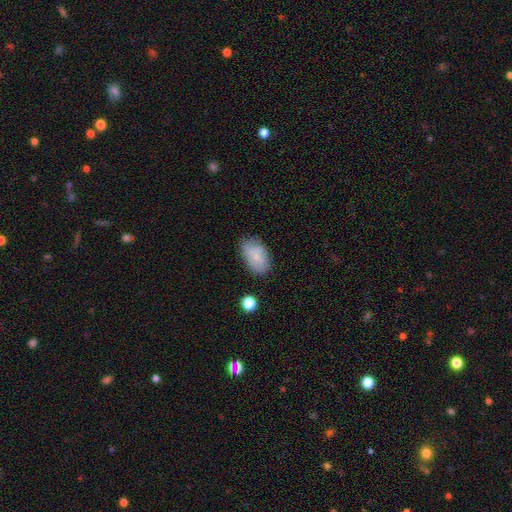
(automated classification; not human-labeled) A smooth galaxy with no disk features (80%) that is in between round and cigar-shaped (91%). Merging: none (71%).